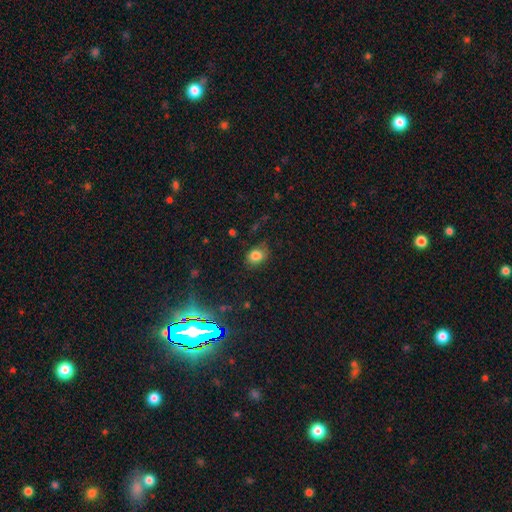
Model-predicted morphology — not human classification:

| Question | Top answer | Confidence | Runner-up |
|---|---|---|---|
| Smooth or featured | smooth | 80% | star or artifact (13%) |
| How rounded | in between | 59% | round (40%) |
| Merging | none | 72% | minor disturbance (20%) |